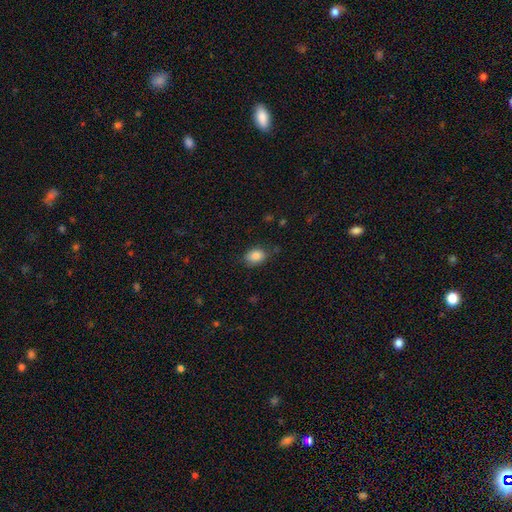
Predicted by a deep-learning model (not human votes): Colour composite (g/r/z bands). It shows a smooth galaxy with no disk features (85%) that is in between round and cigar-shaped (70%). Merging: none (78%).